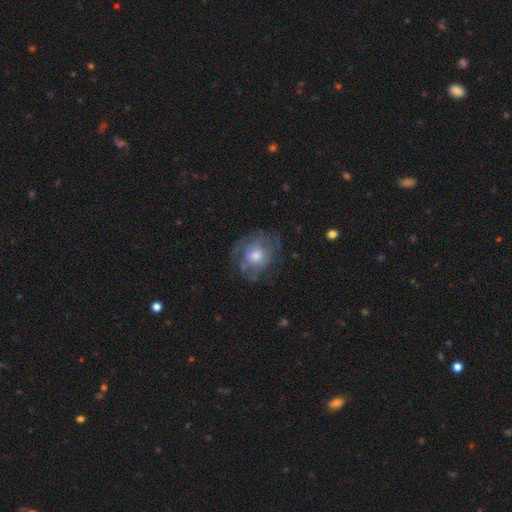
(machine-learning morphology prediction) This is possibly a featured or disk galaxy (54%). It is clearly not viewed edge-on (96%). Bar: likely no (80%). Spiral arm pattern: possibly no (55%). Central bulge: possibly moderate (55%). Merging: likely none (61%).